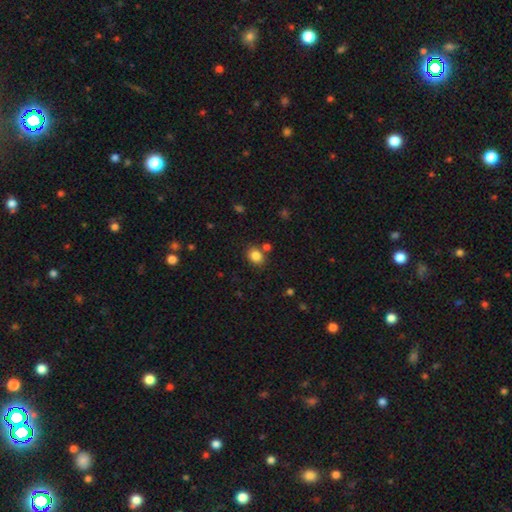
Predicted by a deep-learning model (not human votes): A smooth galaxy with no disk features (84%) that is round (55%).

Vote fractions:
- Smooth or featured? smooth: 84% / star or artifact: 11% / featured or disk: 5%
- How rounded? round: 55% / in between: 44% / cigar-shaped: 1%
- Merging? none: 78% / minor disturbance: 10% / merger: 9% / major disturbance: 3%